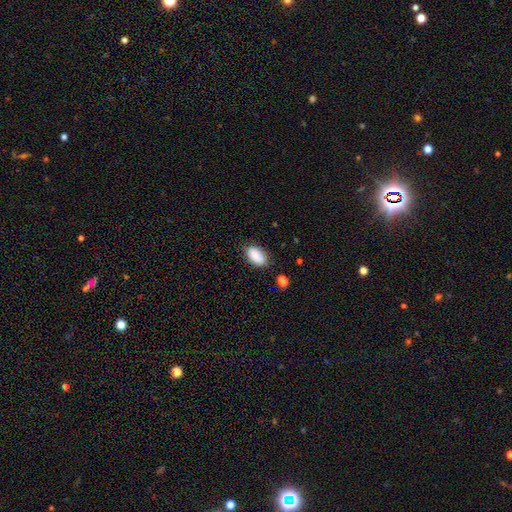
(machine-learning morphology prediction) Q: Smooth or featured?
A: smooth (89%); runner-up: star or artifact (7%)
Q: How rounded?
A: in between (94%); runner-up: round (4%)
Q: Merging?
A: none (81%); runner-up: minor disturbance (14%)